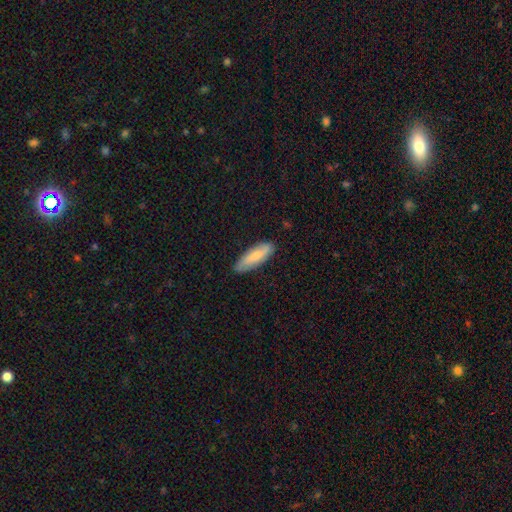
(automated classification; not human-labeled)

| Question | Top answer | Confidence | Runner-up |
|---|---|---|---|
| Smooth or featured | smooth | 72% | featured or disk (23%) |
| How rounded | in between | 56% | cigar-shaped (42%) |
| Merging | none | 83% | minor disturbance (13%) |